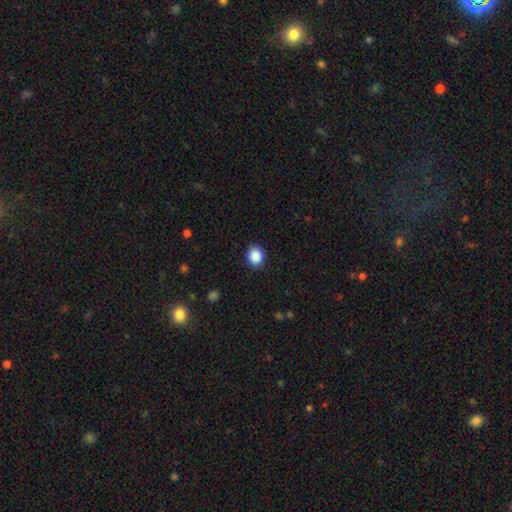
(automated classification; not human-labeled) This appears to be a smooth galaxy with no disk features (88%) that is round (62%). Merging: none (89%).